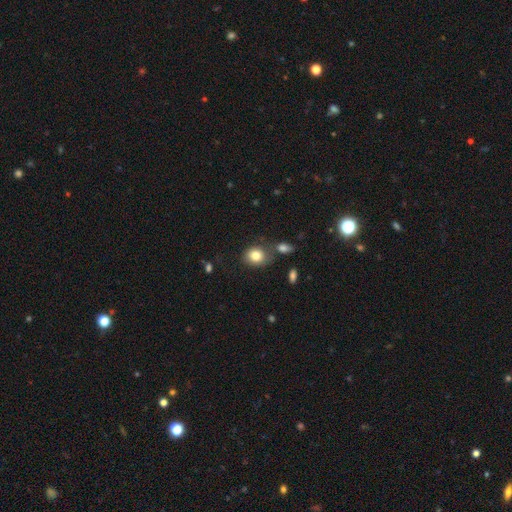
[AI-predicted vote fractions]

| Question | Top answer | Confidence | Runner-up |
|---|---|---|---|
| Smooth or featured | smooth | 81% | featured or disk (9%) |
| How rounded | round | 57% | in between (42%) |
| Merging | none | 67% | minor disturbance (16%) |